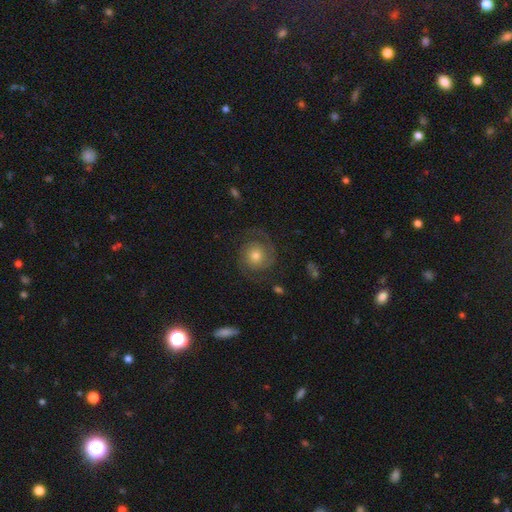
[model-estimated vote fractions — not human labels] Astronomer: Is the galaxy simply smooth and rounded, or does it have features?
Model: featured or disk — 77%.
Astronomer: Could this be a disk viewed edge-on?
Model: no — 98%.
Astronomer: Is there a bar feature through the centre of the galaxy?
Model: no — 79%.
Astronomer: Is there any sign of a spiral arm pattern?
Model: yes — 95%.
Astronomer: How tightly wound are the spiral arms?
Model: tight — 45% (runner-up: medium, 40%).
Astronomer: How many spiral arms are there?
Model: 2 — 84%.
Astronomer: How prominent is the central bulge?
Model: moderate — 57%.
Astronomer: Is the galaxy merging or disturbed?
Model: none — 77%.